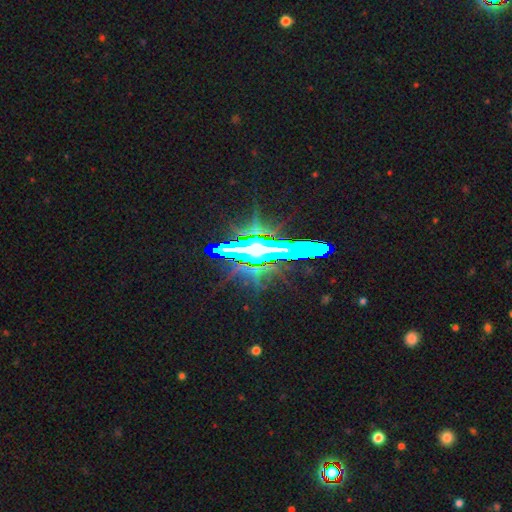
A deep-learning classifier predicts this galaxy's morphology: Smooth or featured? star or artifact (67%)